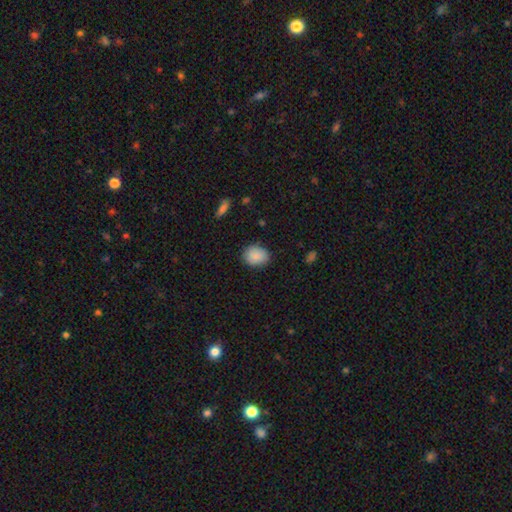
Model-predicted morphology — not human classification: Smooth or featured?
  - smooth: 88% *
  - star or artifact: 7%
  - featured or disk: 5%
How rounded?
  - round: 52% *
  - in between: 47%
  - cigar-shaped: 1%
Merging?
  - none: 82% *
  - minor disturbance: 14%
  - major disturbance: 3%
  - merger: 1%